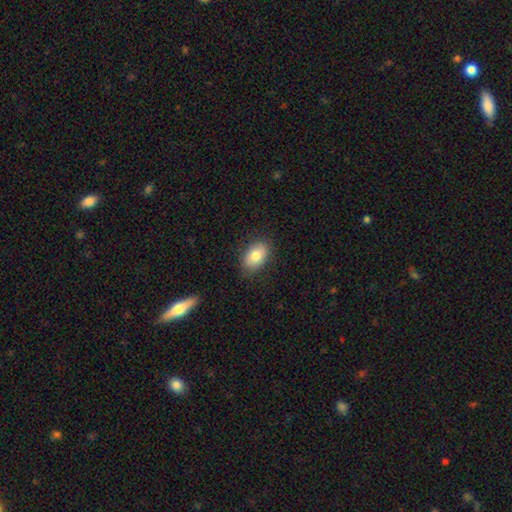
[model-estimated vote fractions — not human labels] Smooth or featured? Predicted: smooth (p=0.81). How rounded? Predicted: in between (p=0.88). Merging? Predicted: none (p=0.84).